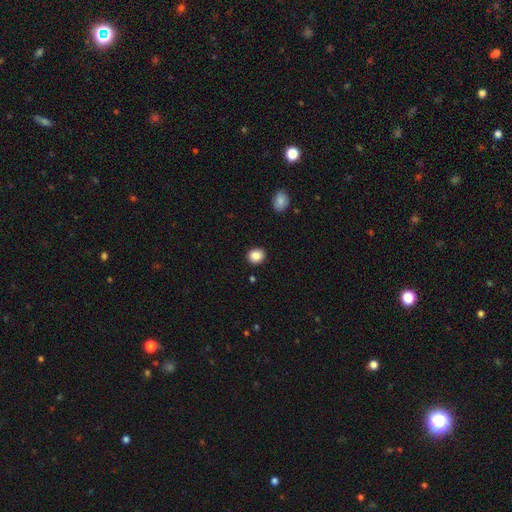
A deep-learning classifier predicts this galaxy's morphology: A smooth galaxy with no disk features (88%) that is round (72%). Merging: none (90%).